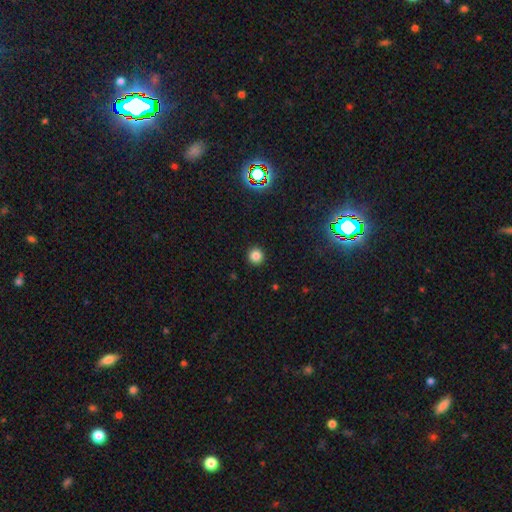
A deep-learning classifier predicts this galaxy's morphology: Smooth or featured: smooth — 83% (star or artifact — 13%)
How rounded: round — 95% (in between — 4%)
Merging: none — 93% (minor disturbance — 5%)